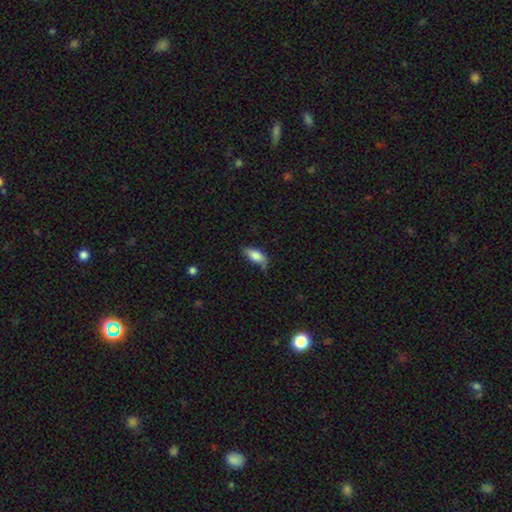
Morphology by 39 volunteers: Volunteers were most divided on "merging": none: 63%, minor disturbance: 29%, major disturbance: 5%, merger: 3%. More confident: smooth or featured — smooth (95%); how rounded — in between (81%).